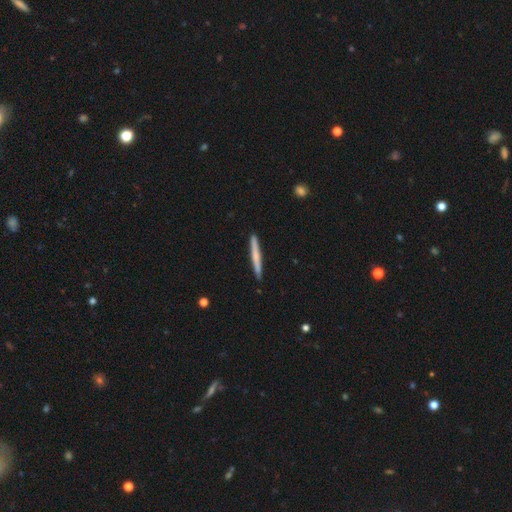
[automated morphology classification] Q: Smooth or featured?
A: smooth (57%); runner-up: featured or disk (37%)
Q: How rounded?
A: cigar-shaped (97%); runner-up: in between (2%)
Q: Merging?
A: none (92%); runner-up: minor disturbance (6%)